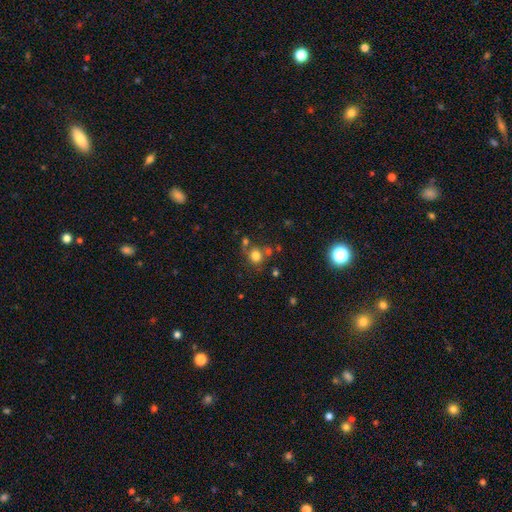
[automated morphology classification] Smooth or featured? Predicted: smooth (p=0.76). How rounded? Predicted: round (p=0.86). Merging? Predicted: none (p=0.62).